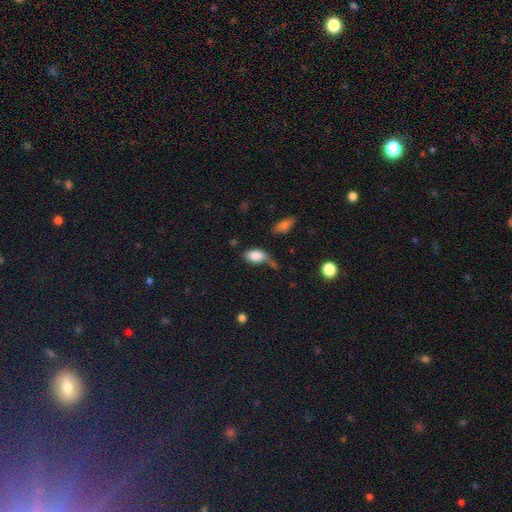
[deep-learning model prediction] The model was most divided on "merging": none: 49%, minor disturbance: 26%, major disturbance: 12%, merger: 12%. More confident: how rounded — in between (90%); smooth or featured — smooth (85%).